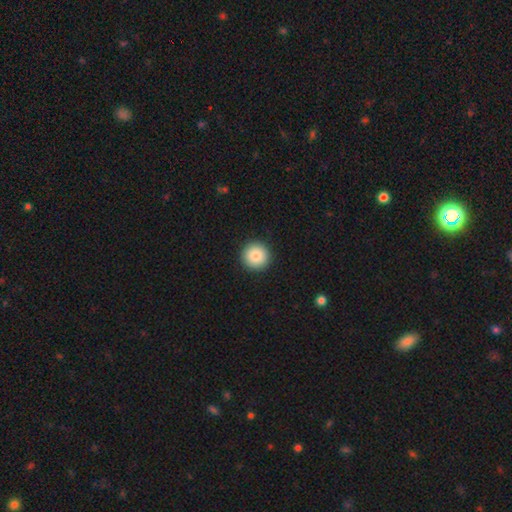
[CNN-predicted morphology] This is clearly a smooth galaxy (86%). How rounded: clearly round (96%). Merging: clearly none (93%).